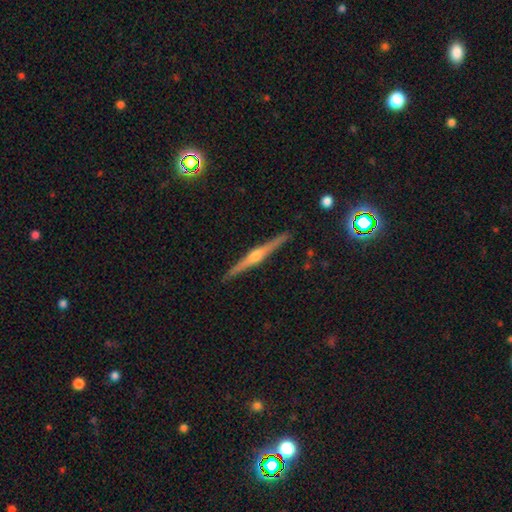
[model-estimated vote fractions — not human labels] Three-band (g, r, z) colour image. It shows a featured or disk galaxy (82%) viewed edge-on (98%) with a rounded central bulge (91%). Merging: none (92%).